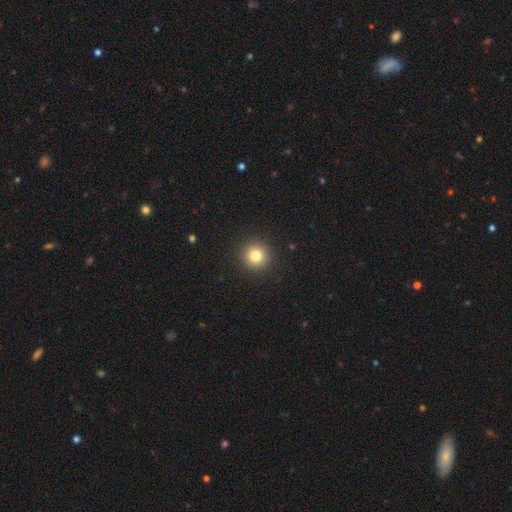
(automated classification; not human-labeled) smooth-or-featured: smooth: 81% | star or artifact: 12% | featured or disk: 7%
  how-rounded: round: 95% | in between: 4% | cigar-shaped: 1%
  merging: none: 92% | minor disturbance: 5% | major disturbance: 2% | merger: 1%